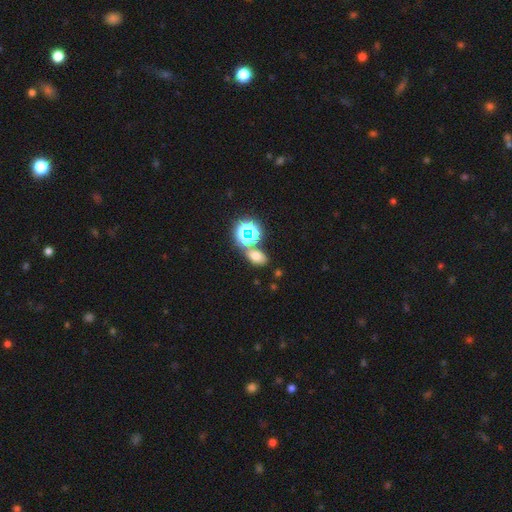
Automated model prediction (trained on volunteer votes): The model was most divided on "smooth or featured": smooth: 62%, star or artifact: 29%, featured or disk: 10%. More confident: how rounded — in between (76%); merging — none (65%).